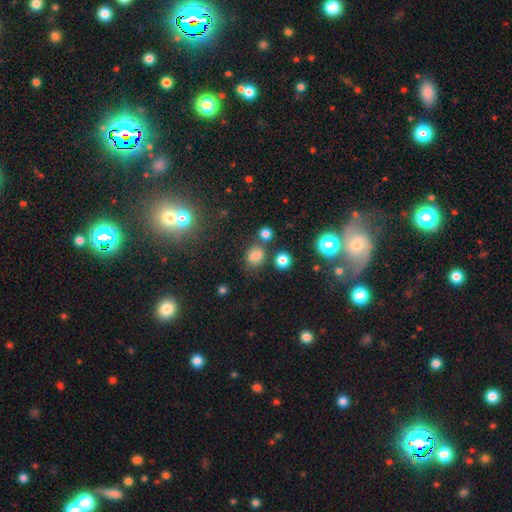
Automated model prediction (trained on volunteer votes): Overall: smooth (73%). How rounded: round (69%; in between 30%). Merging: none (74%).